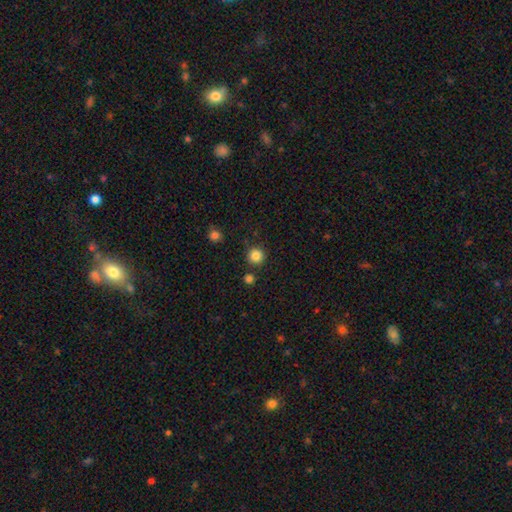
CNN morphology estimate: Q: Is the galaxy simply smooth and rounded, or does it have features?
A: smooth — 85%.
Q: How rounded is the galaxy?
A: round — 95%.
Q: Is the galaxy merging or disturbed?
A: none — 87%.